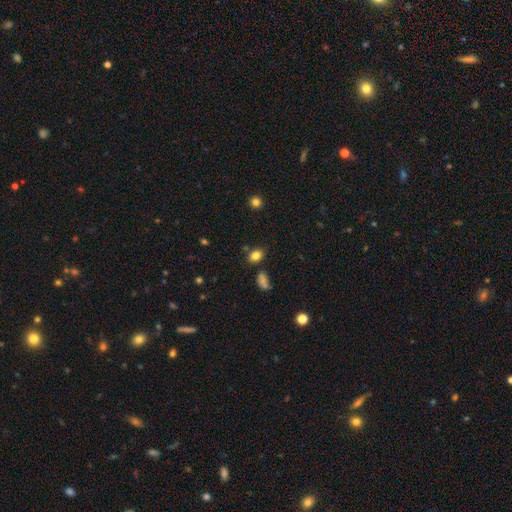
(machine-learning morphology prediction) Smooth or featured? Predicted: smooth (p=0.82). How rounded? Predicted: in between (p=0.67). Merging? Predicted: none (p=0.75).